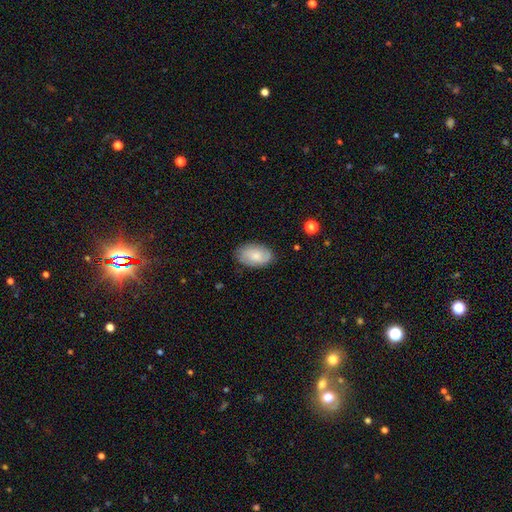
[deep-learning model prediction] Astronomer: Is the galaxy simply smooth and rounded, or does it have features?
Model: featured or disk — 47% (runner-up: smooth, 46%).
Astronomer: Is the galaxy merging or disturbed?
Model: none — 80%.